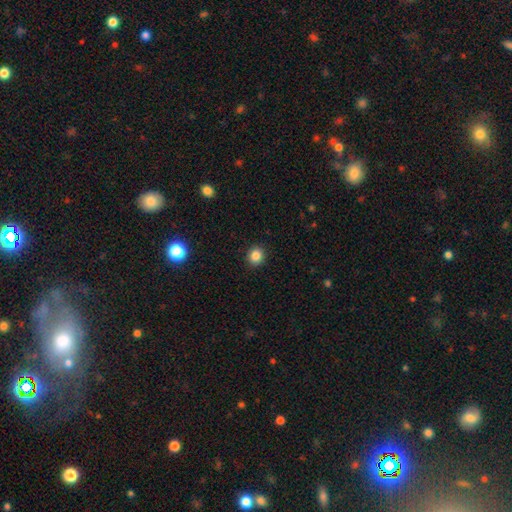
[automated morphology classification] smooth-or-featured: smooth: 86% | star or artifact: 11% | featured or disk: 4%
  how-rounded: round: 82% | in between: 18% | cigar-shaped: 1%
  merging: none: 91% | minor disturbance: 6% | major disturbance: 2% | merger: 1%